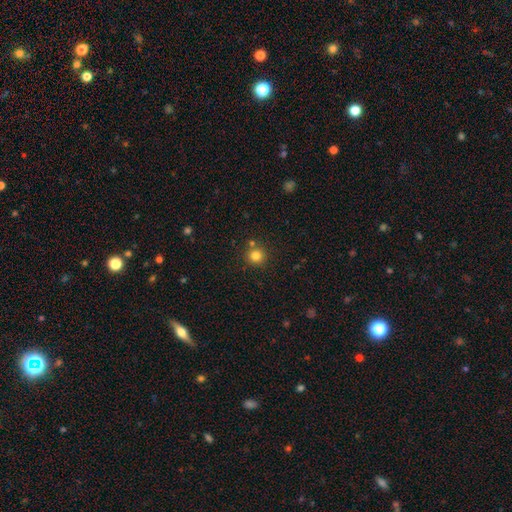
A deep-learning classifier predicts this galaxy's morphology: smooth-or-featured: smooth: 81% | star or artifact: 13% | featured or disk: 6%
  how-rounded: round: 94% | in between: 5% | cigar-shaped: 1%
  merging: none: 80% | merger: 10% | minor disturbance: 7% | major disturbance: 2%